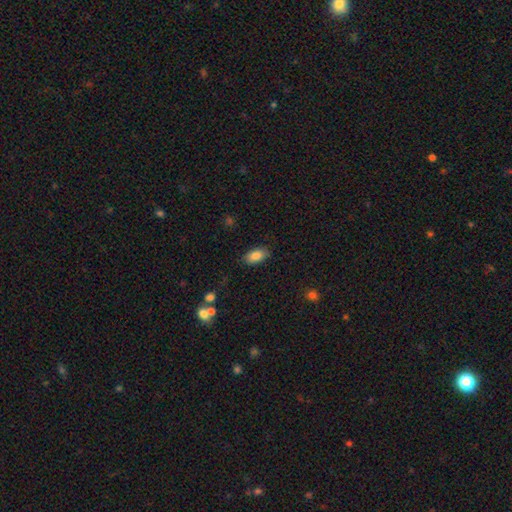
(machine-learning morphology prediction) smooth 85%, star or artifact 8%, featured or disk 7%. Down the decision tree: how rounded — in between (92%); merging — none (85%).